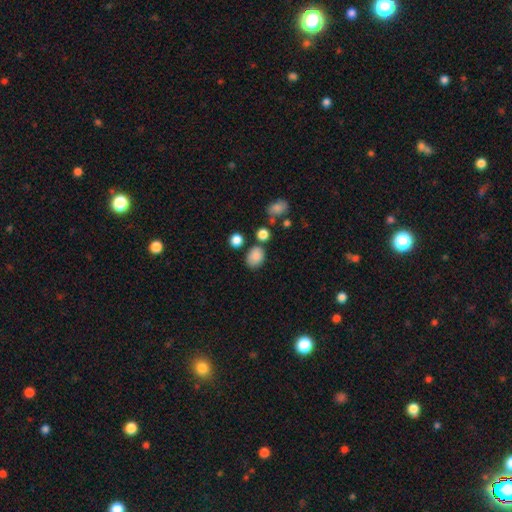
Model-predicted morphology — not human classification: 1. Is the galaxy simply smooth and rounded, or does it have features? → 84% smooth, 10% star or artifact, 6% featured or disk.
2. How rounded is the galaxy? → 62% in between, 37% round, 1% cigar-shaped.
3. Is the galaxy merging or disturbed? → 67% none, 18% minor disturbance, 10% merger, 5% major disturbance.